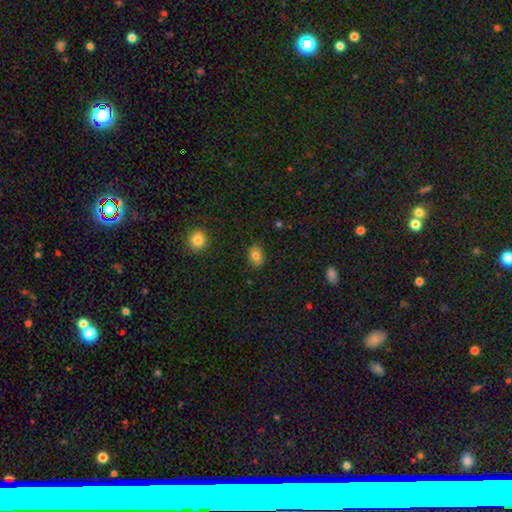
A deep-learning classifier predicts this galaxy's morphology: Overall: smooth (82%). How rounded: in between (77%). Merging: none (87%).